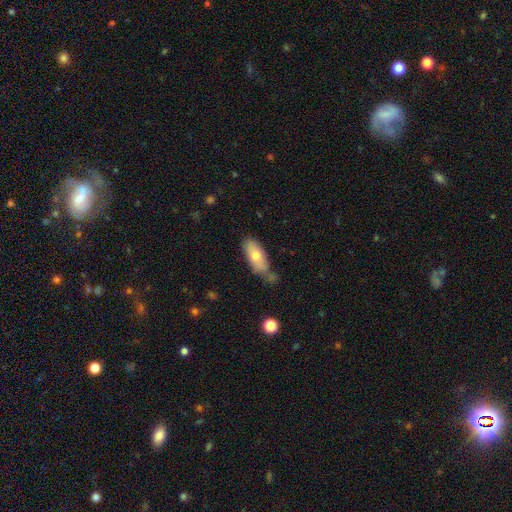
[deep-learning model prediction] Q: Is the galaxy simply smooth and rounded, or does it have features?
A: smooth — 71%.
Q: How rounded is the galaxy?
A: in between — 80%.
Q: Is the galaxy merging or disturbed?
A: none — 54%.